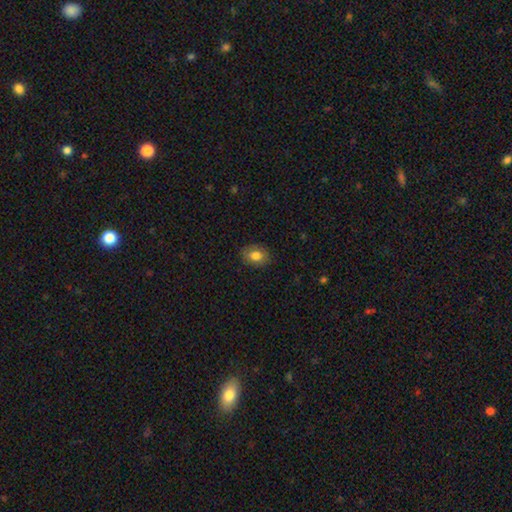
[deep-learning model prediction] smooth_or_featured: smooth (p=0.80) [alt: featured or disk p=0.11]
how_rounded: in between (p=0.68) [alt: round p=0.31]
merging: none (p=0.85) [alt: minor disturbance p=0.11]